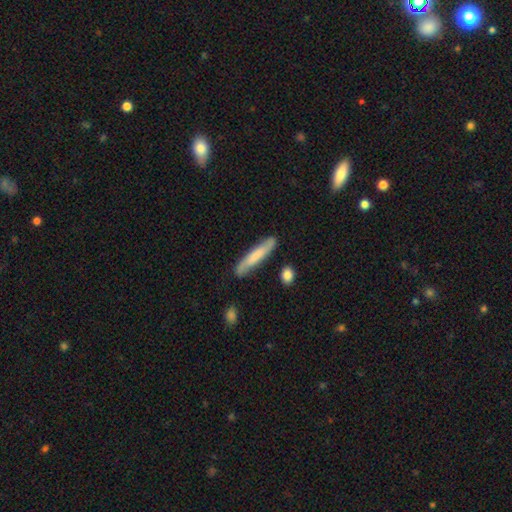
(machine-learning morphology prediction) The model was most divided on "smooth or featured": smooth: 64%, featured or disk: 30%, star or artifact: 6%. More confident: how rounded — cigar-shaped (90%); merging — none (80%).